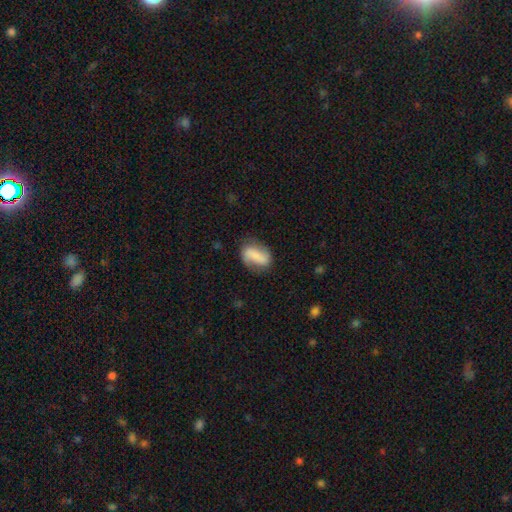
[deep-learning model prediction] smooth_or_featured: smooth (p=0.51) [alt: featured or disk p=0.41]
how_rounded: in between (p=0.83) [alt: round p=0.12]
merging: none (p=0.67) [alt: minor disturbance p=0.21]